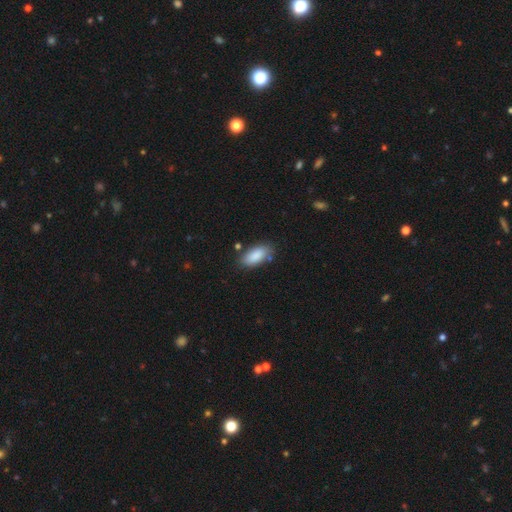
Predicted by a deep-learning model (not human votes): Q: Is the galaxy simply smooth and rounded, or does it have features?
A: smooth — 87%.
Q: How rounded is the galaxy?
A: in between — 90%.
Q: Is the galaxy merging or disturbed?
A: none — 77%.